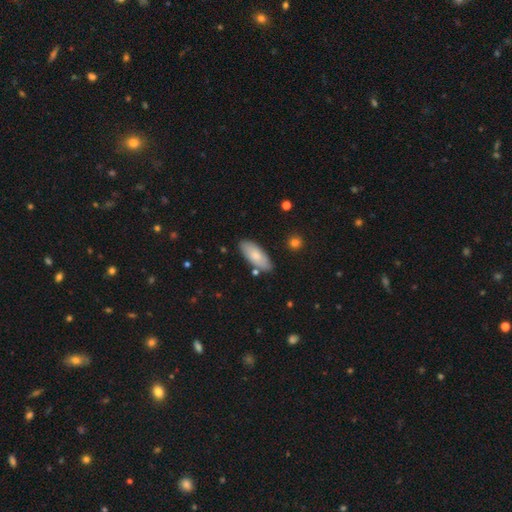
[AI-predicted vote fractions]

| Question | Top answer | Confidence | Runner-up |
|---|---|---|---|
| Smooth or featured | smooth | 77% | featured or disk (18%) |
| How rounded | in between | 83% | cigar-shaped (15%) |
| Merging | none | 82% | minor disturbance (12%) |